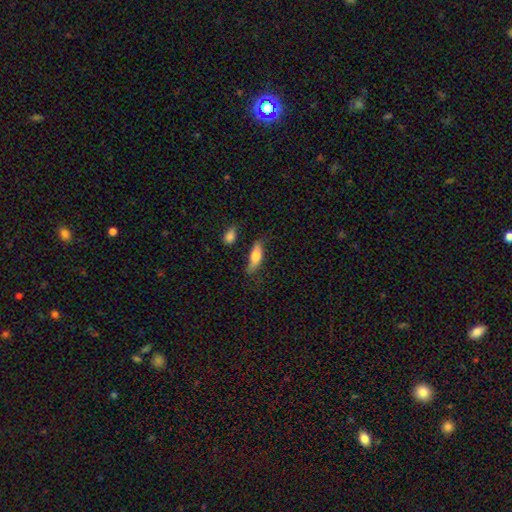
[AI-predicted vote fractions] Overall: smooth (67%; featured or disk 27%). How rounded: in between (57%; cigar-shaped 40%). Merging: none (64%; minor disturbance 24%).